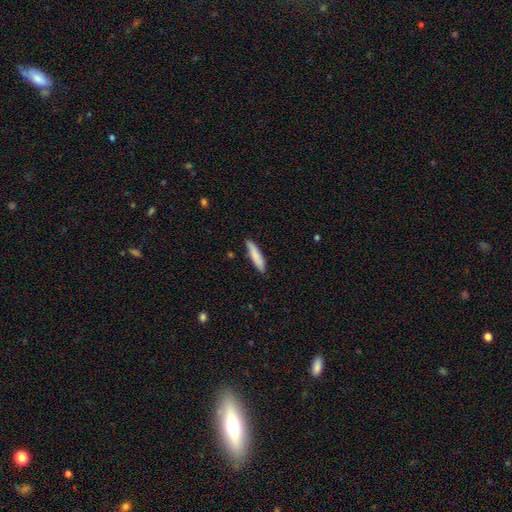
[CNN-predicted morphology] Q: Smooth or featured?
A: smooth (81%); runner-up: featured or disk (14%)
Q: How rounded?
A: cigar-shaped (82%); runner-up: in between (17%)
Q: Merging?
A: none (83%); runner-up: minor disturbance (13%)